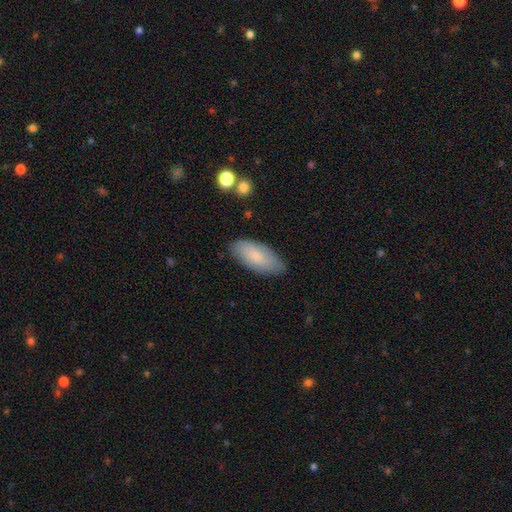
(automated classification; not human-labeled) smooth_or_featured: smooth (p=0.77) [alt: featured or disk p=0.17]
how_rounded: in between (p=0.89) [alt: cigar-shaped p=0.09]
merging: none (p=0.80) [alt: minor disturbance p=0.16]